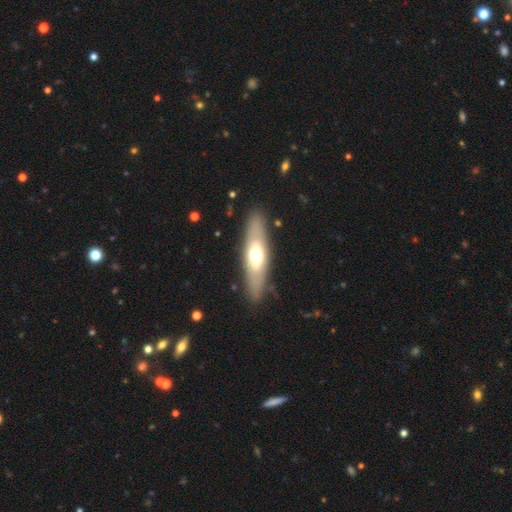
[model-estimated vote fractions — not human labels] The model was most divided on "how rounded": cigar-shaped: 55%, in between: 43%, round: 2%. More confident: merging — none (86%); smooth or featured — smooth (53%).